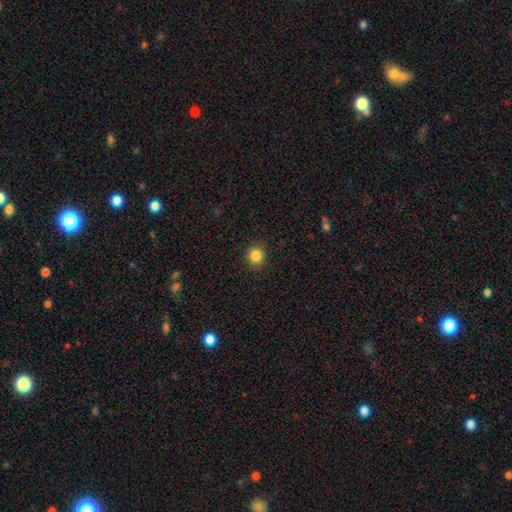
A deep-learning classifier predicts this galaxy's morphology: smooth-or-featured: smooth: 85% | star or artifact: 11% | featured or disk: 4%
  how-rounded: round: 88% | in between: 12% | cigar-shaped: 1%
  merging: none: 91% | minor disturbance: 6% | major disturbance: 2% | merger: 1%